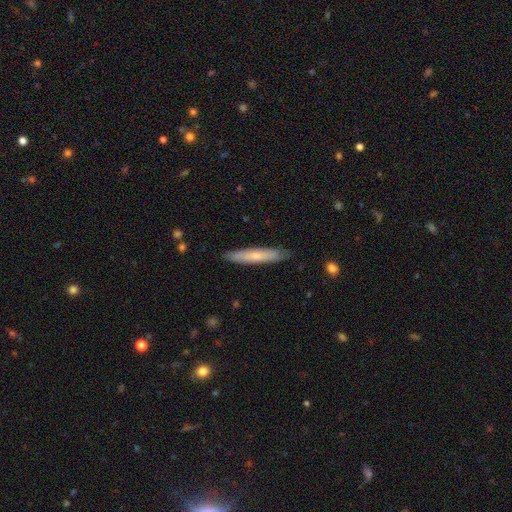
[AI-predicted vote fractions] Overall: smooth (60%; featured or disk 34%). How rounded: cigar-shaped (92%). Merging: none (86%).